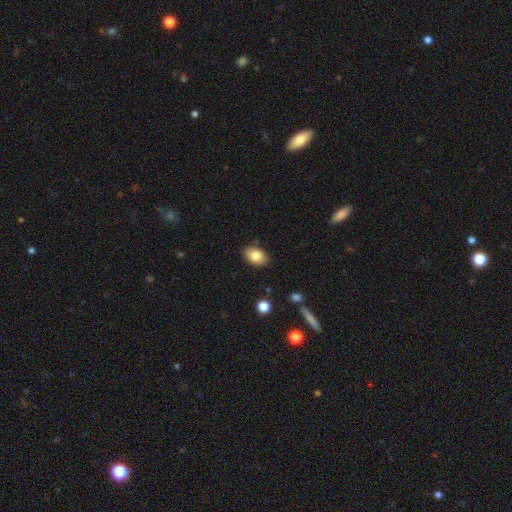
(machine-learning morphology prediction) Q: Smooth or featured?
A: smooth (83%); runner-up: featured or disk (10%)
Q: How rounded?
A: in between (84%); runner-up: round (14%)
Q: Merging?
A: none (86%); runner-up: minor disturbance (10%)